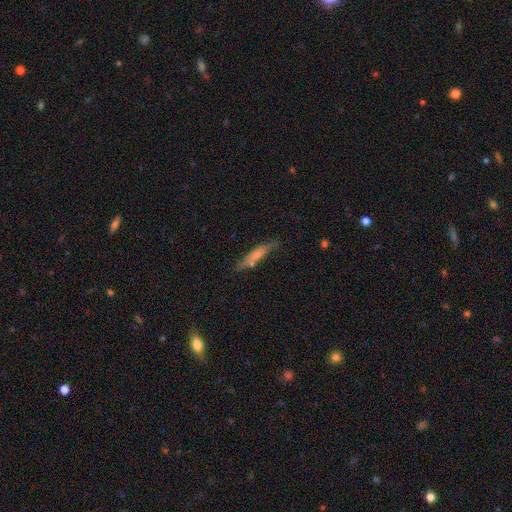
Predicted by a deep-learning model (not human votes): This appears to be a smooth galaxy with no disk features (62%) that is cigar-shaped (84%). Merging: none (68%).